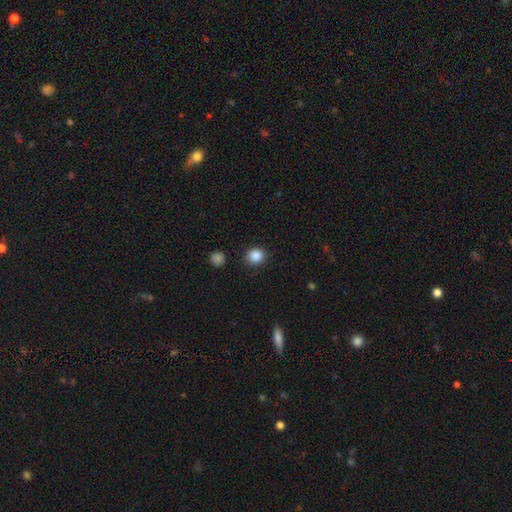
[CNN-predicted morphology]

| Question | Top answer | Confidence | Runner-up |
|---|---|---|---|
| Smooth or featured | smooth | 86% | star or artifact (10%) |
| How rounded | round | 86% | in between (13%) |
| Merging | none | 89% | minor disturbance (7%) |